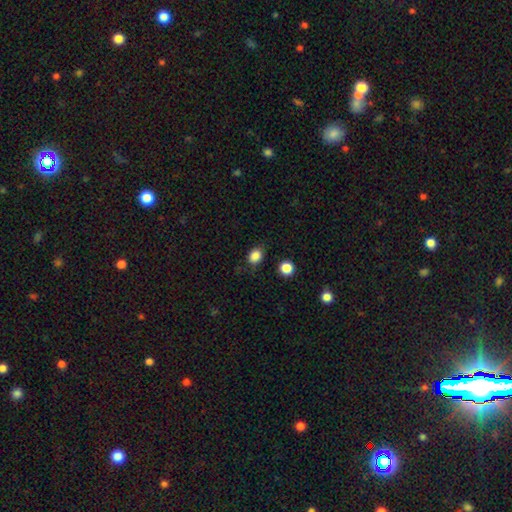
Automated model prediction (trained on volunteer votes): smooth-or-featured: smooth: 85% | star or artifact: 11% | featured or disk: 4%
  how-rounded: round: 52% | in between: 47% | cigar-shaped: 1%
  merging: none: 76% | minor disturbance: 17% | major disturbance: 4% | merger: 2%